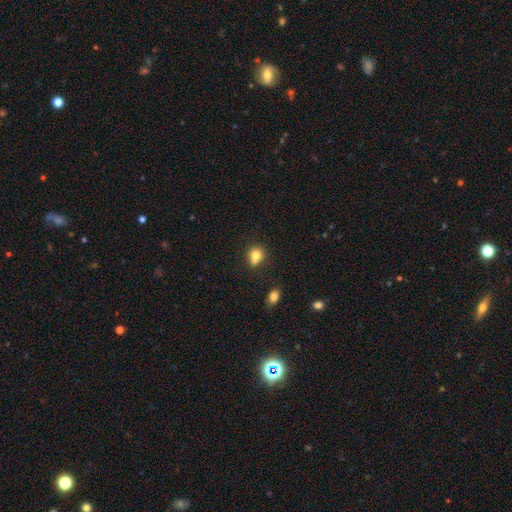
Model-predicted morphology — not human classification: This is likely a smooth galaxy (77%). How rounded: likely round (74%). Merging: possibly none (51%).